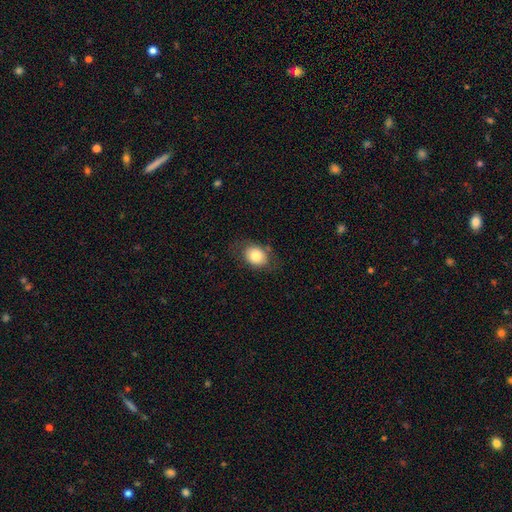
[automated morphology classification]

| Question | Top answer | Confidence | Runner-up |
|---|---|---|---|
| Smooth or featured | smooth | 77% | featured or disk (14%) |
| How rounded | in between | 60% | round (39%) |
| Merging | none | 75% | minor disturbance (16%) |